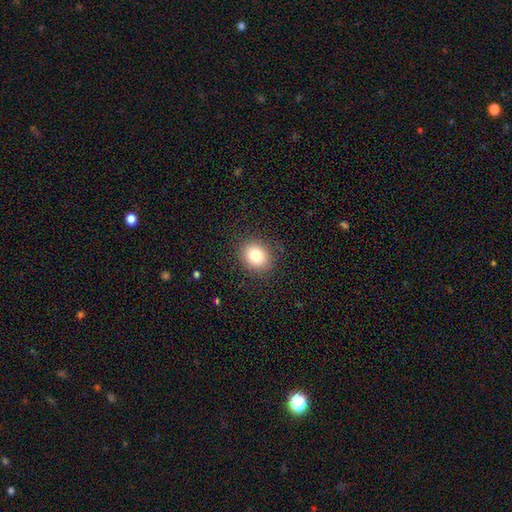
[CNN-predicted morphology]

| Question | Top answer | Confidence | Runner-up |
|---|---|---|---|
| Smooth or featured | smooth | 82% | star or artifact (10%) |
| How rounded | round | 60% | in between (39%) |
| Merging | none | 87% | minor disturbance (9%) |